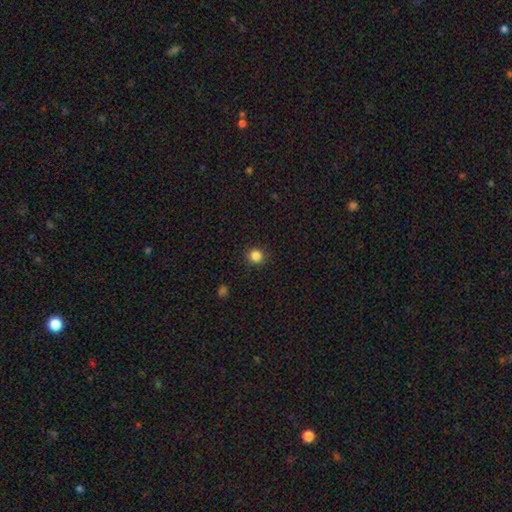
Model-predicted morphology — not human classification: Smooth or featured? smooth (85%)
How rounded? round (90%)
Merging? none (90%)